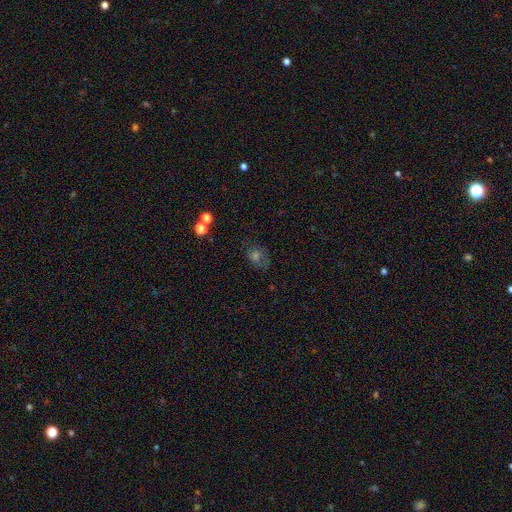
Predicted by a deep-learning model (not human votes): smooth 49%, star or artifact 27%, featured or disk 25%. Down the decision tree: merging — none (63%).